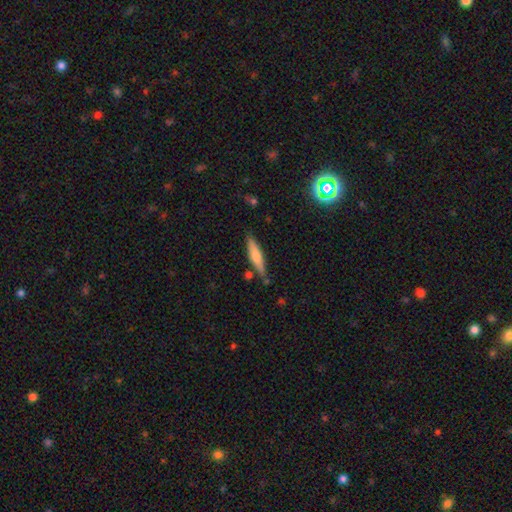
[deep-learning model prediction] This is possibly a smooth galaxy (52%). How rounded: clearly cigar-shaped (83%). Merging: clearly none (81%).